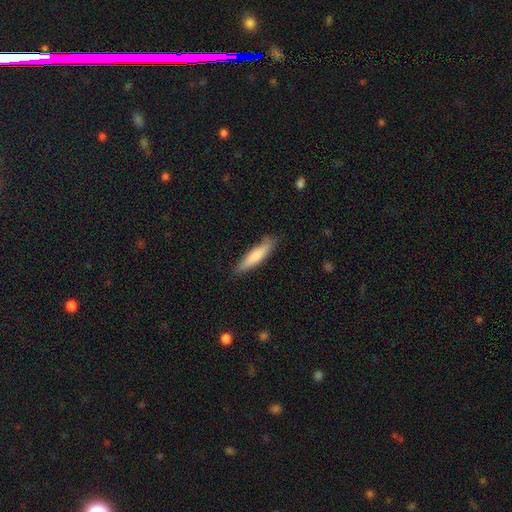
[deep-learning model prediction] smooth 76%, featured or disk 18%, star or artifact 5%. Down the decision tree: how rounded — cigar-shaped (79%); merging — none (84%).